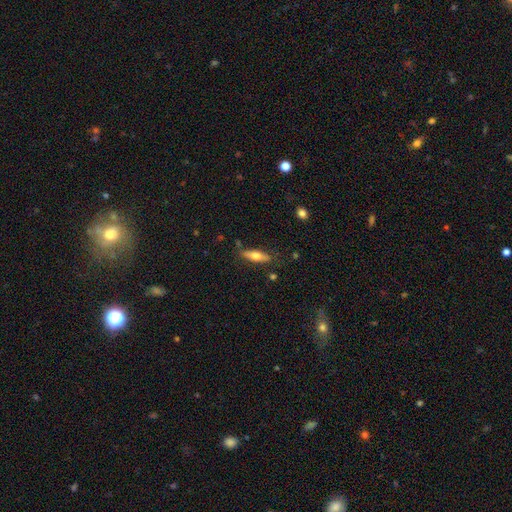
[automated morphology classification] A smooth galaxy with no disk features (58%) that is cigar-shaped (56%).

Vote fractions:
- Smooth or featured? smooth: 58% / featured or disk: 36% / star or artifact: 6%
- How rounded? cigar-shaped: 56% / in between: 42% / round: 2%
- Merging? none: 78% / minor disturbance: 16% / major disturbance: 4% / merger: 3%